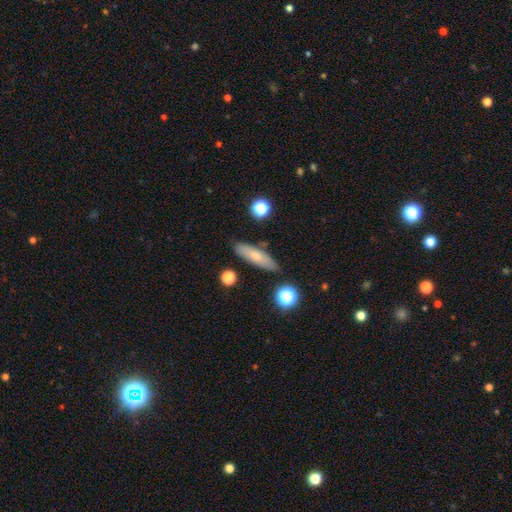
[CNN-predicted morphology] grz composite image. It shows a smooth galaxy with no disk features (67%) that is cigar-shaped (63%). Merging: none (83%).